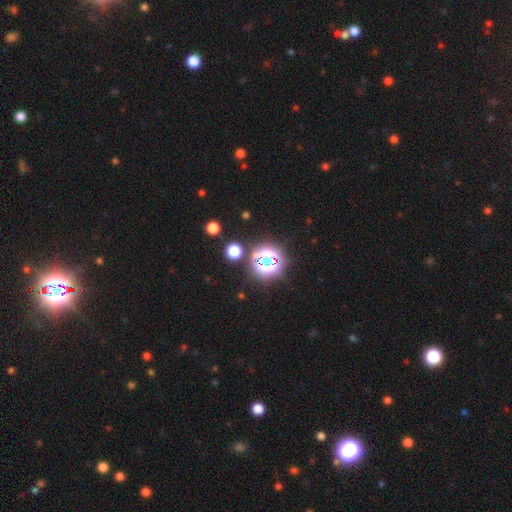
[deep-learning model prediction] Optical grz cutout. It shows a star or artifact, not a galaxy (77%).